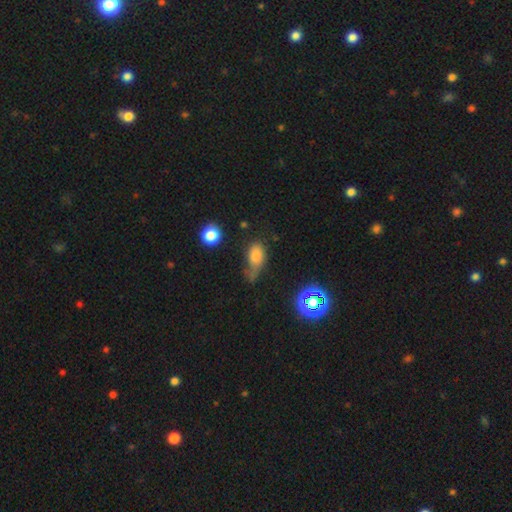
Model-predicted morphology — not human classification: A smooth galaxy with no disk features (73%) that is in between round and cigar-shaped (81%). Merging: major disturbance (32%, tied with minor disturbance).